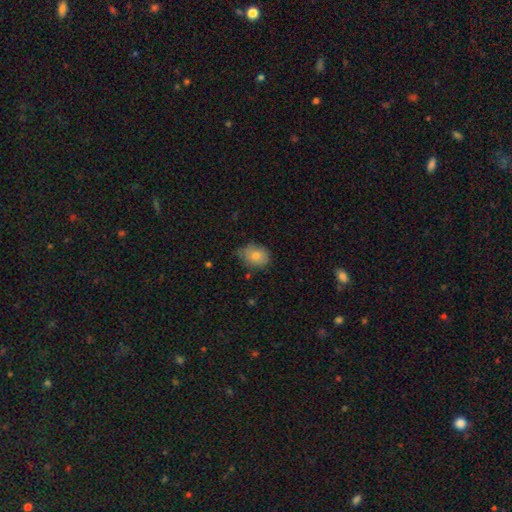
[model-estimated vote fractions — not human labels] smooth 76%, featured or disk 15%, star or artifact 9%. Down the decision tree: how rounded — in between (68%); merging — none (66%).